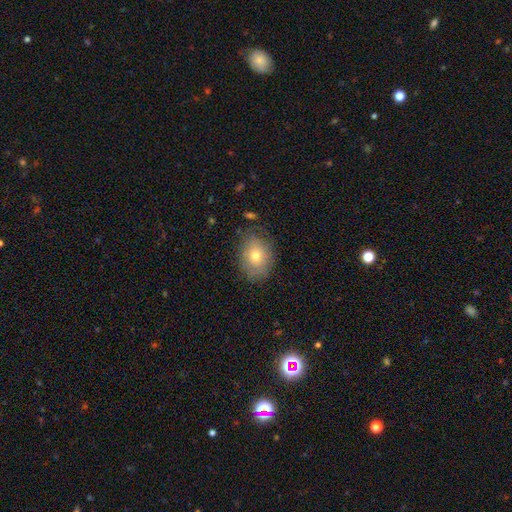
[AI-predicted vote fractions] Q: Smooth or featured?
A: smooth (71%); runner-up: featured or disk (20%)
Q: How rounded?
A: in between (66%); runner-up: round (33%)
Q: Merging?
A: none (77%); runner-up: minor disturbance (17%)